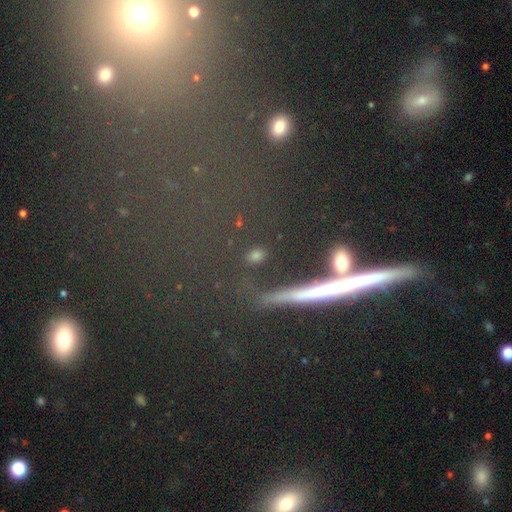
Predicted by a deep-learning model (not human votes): Smooth or featured?
  - star or artifact: 44% *
  - smooth: 30%
  - featured or disk: 26%